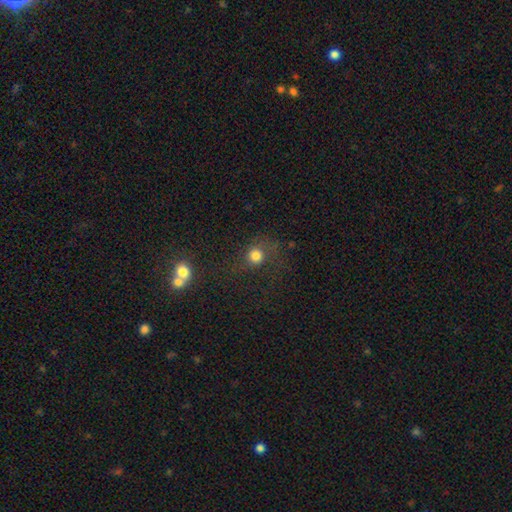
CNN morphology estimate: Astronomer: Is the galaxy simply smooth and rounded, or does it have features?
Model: smooth — 76%.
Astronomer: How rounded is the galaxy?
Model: round — 86%.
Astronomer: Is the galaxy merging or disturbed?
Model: none — 66%.